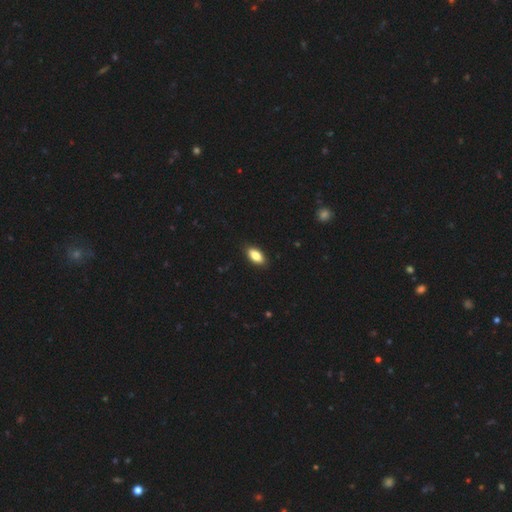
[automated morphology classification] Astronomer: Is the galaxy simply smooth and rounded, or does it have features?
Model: smooth — 84%.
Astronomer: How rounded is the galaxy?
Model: in between — 90%.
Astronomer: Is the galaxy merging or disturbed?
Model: none — 89%.